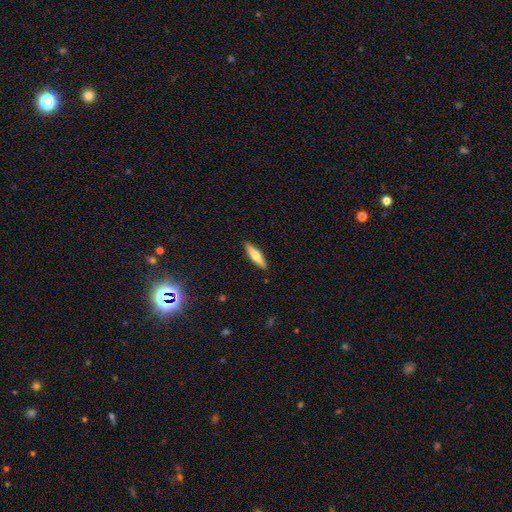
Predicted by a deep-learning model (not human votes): smooth 64%, featured or disk 30%, star or artifact 6%. Down the decision tree: how rounded — cigar-shaped (74%); merging — none (90%).